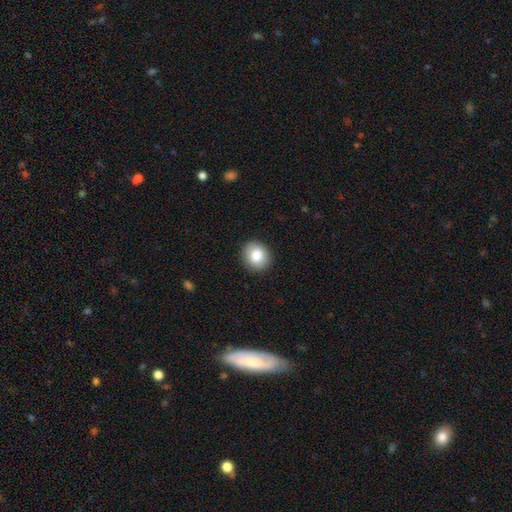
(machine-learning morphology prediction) A smooth galaxy with no disk features (84%) that is round (75%). Merging: none (90%).